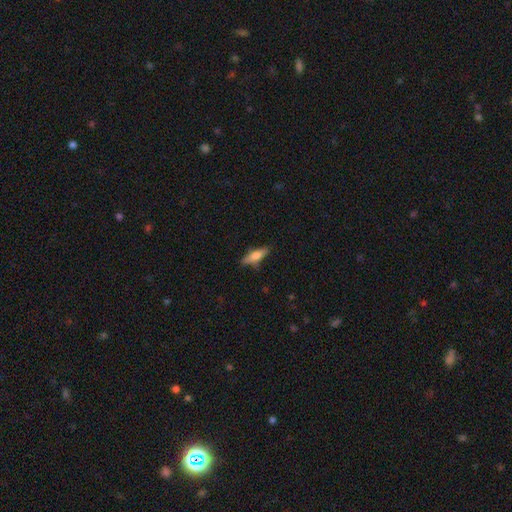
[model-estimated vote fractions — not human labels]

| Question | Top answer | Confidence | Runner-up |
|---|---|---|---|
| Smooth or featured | smooth | 61% | featured or disk (32%) |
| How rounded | cigar-shaped | 60% | in between (37%) |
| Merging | none | 79% | minor disturbance (16%) |